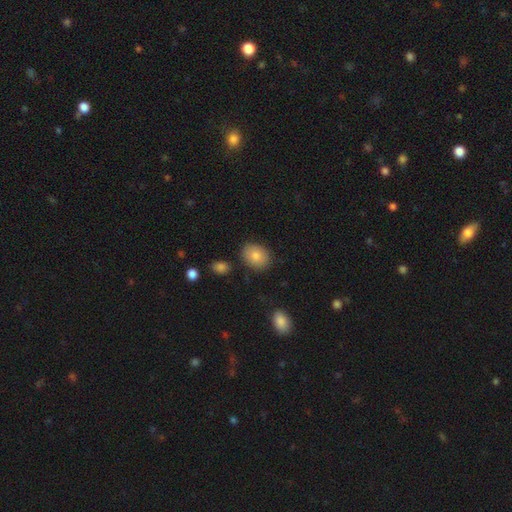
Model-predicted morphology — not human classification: type=smooth (82%); roundness=in between (62%); merging=none (83%).